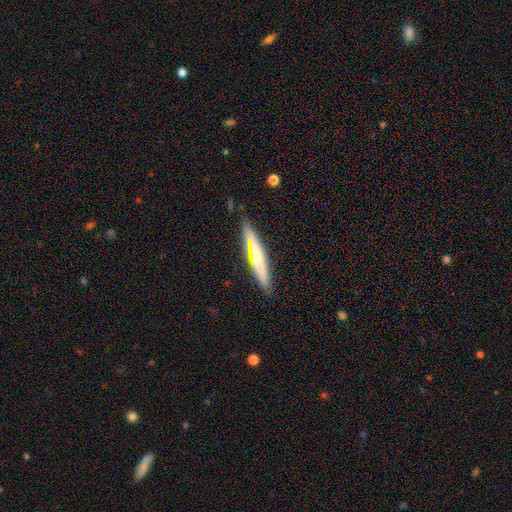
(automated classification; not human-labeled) Smooth or featured: featured or disk — 48% (smooth — 44%)
Merging: none — 83% (minor disturbance — 12%)